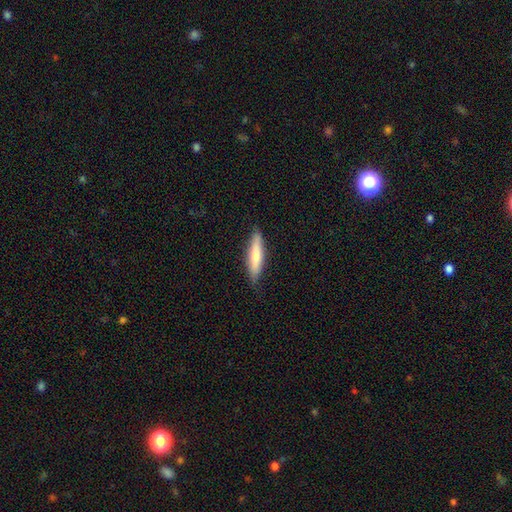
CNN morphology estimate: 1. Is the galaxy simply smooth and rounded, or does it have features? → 70% smooth, 24% featured or disk, 5% star or artifact.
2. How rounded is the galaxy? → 81% cigar-shaped, 18% in between, 1% round.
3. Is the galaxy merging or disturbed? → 82% none, 14% minor disturbance, 3% major disturbance, 1% merger.